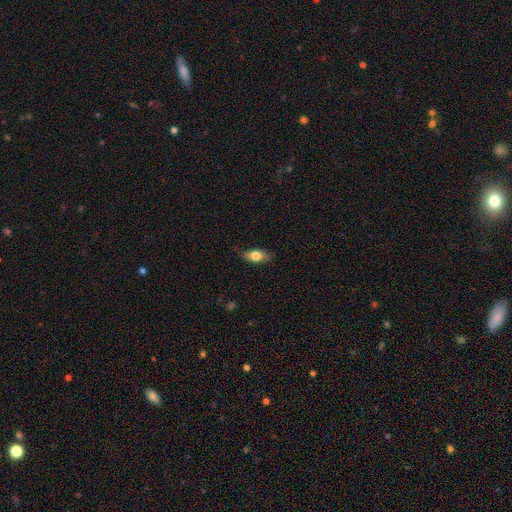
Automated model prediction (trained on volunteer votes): Q: Smooth or featured?
A: smooth (70%); runner-up: featured or disk (23%)
Q: How rounded?
A: in between (79%); runner-up: cigar-shaped (15%)
Q: Merging?
A: none (80%); runner-up: minor disturbance (16%)